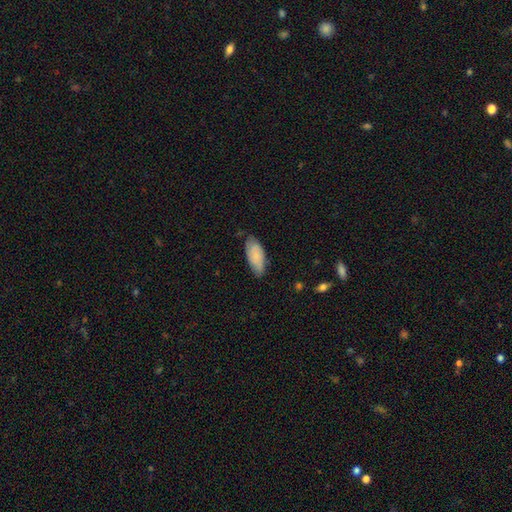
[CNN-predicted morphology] Overall: smooth (80%). How rounded: in between (84%). Merging: none (70%).